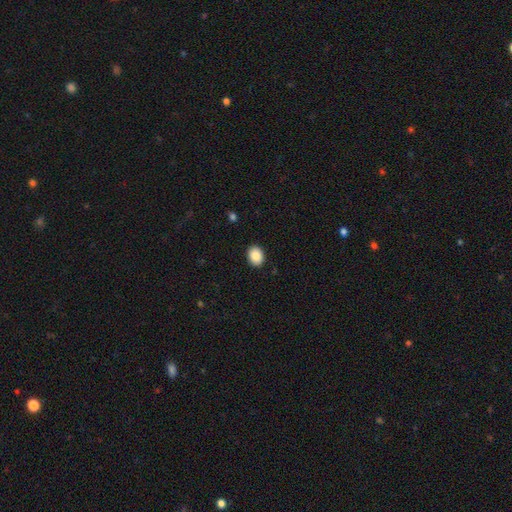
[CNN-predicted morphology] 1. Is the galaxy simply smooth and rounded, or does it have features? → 87% smooth, 8% star or artifact, 5% featured or disk.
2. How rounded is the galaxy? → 60% in between, 39% round, 1% cigar-shaped.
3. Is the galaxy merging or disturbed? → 91% none, 7% minor disturbance, 2% major disturbance, 1% merger.